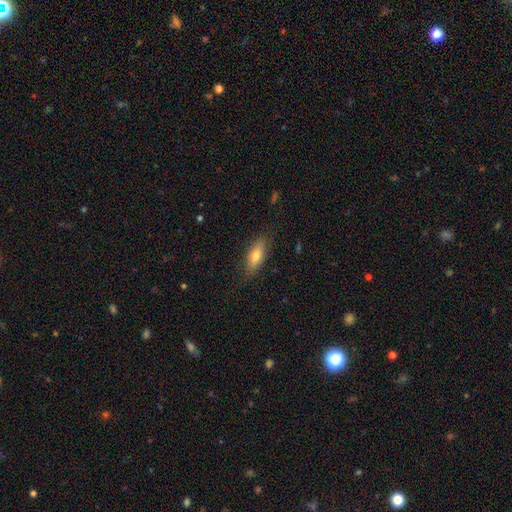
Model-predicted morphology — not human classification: smooth_or_featured: smooth (p=0.71) [alt: featured or disk p=0.22]
how_rounded: in between (p=0.68) [alt: cigar-shaped p=0.29]
merging: none (p=0.82) [alt: minor disturbance p=0.14]